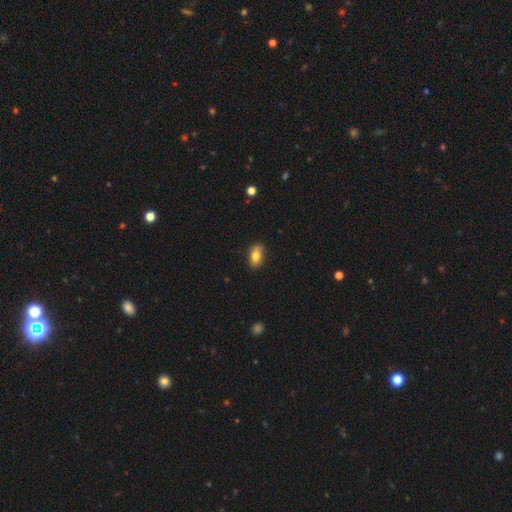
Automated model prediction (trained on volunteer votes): smooth-or-featured: smooth: 81% | featured or disk: 11% | star or artifact: 8%
  how-rounded: in between: 87% | round: 10% | cigar-shaped: 3%
  merging: none: 85% | minor disturbance: 12% | major disturbance: 2% | merger: 1%